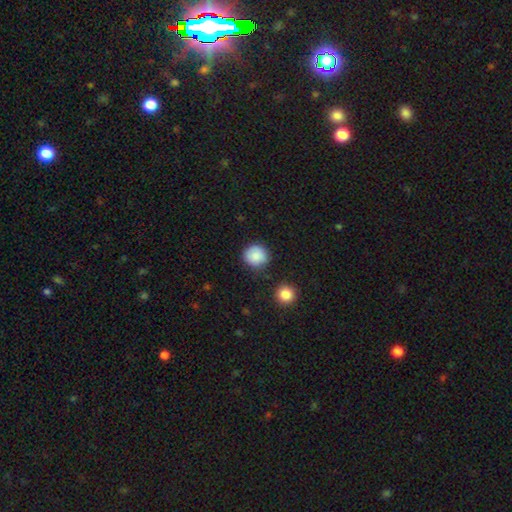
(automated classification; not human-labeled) Smooth or featured? smooth (88%)
How rounded? round (92%)
Merging? none (83%)